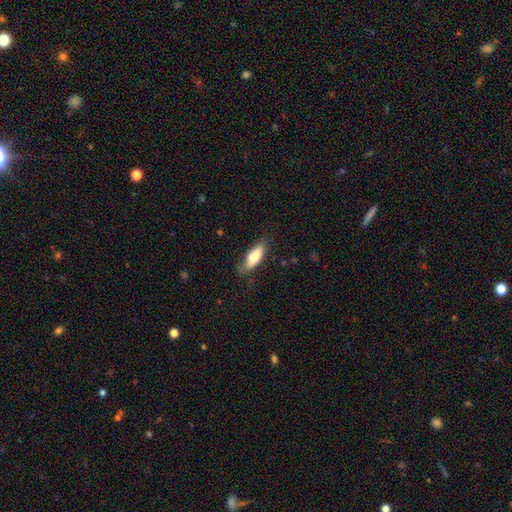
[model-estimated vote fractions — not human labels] smooth-or-featured: smooth: 76% | featured or disk: 17% | star or artifact: 6%
  how-rounded: in between: 68% | cigar-shaped: 30% | round: 2%
  merging: none: 56% | minor disturbance: 32% | major disturbance: 10% | merger: 2%